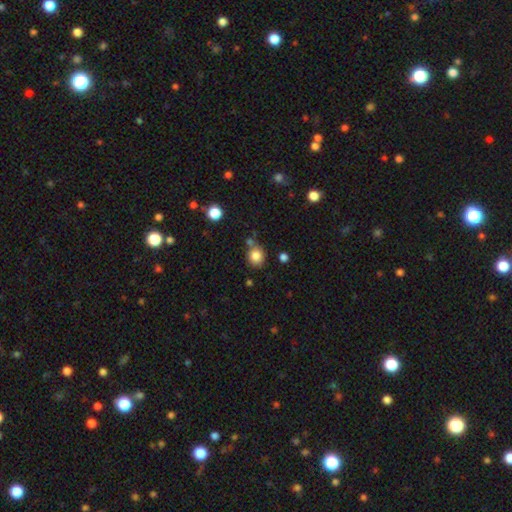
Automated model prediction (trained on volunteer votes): Smooth or featured?
  - smooth: 83% *
  - star or artifact: 11%
  - featured or disk: 6%
How rounded?
  - round: 83% *
  - in between: 16%
  - cigar-shaped: 1%
Merging?
  - none: 70% *
  - minor disturbance: 13%
  - merger: 13%
  - major disturbance: 4%